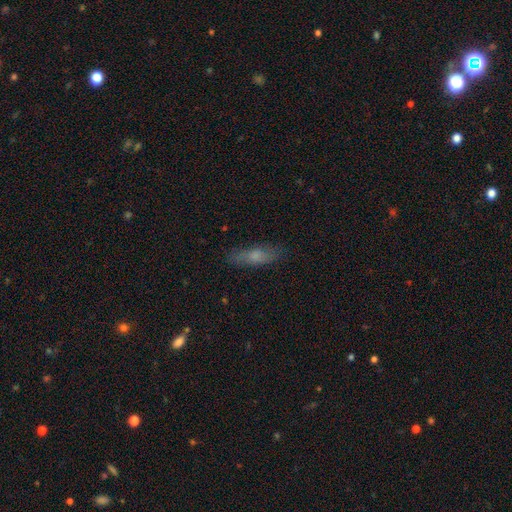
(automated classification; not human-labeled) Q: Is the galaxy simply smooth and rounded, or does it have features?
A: smooth — 64%.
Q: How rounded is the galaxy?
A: cigar-shaped — 60%.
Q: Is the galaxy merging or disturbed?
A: none — 81%.